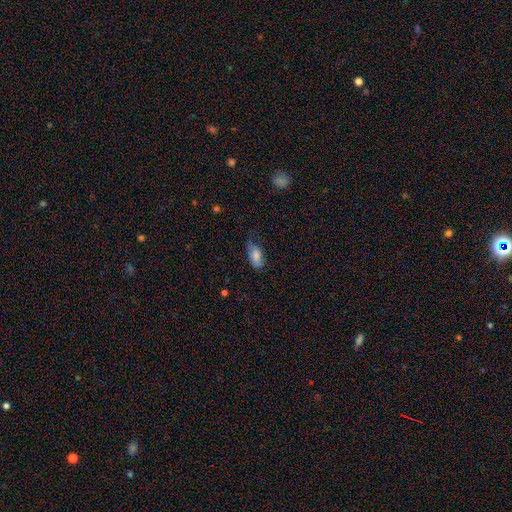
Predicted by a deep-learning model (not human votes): Smooth or featured?
  - smooth: 78% *
  - featured or disk: 14%
  - star or artifact: 8%
How rounded?
  - in between: 91% *
  - cigar-shaped: 5%
  - round: 4%
Merging?
  - none: 45% *
  - minor disturbance: 37%
  - major disturbance: 16%
  - merger: 2%